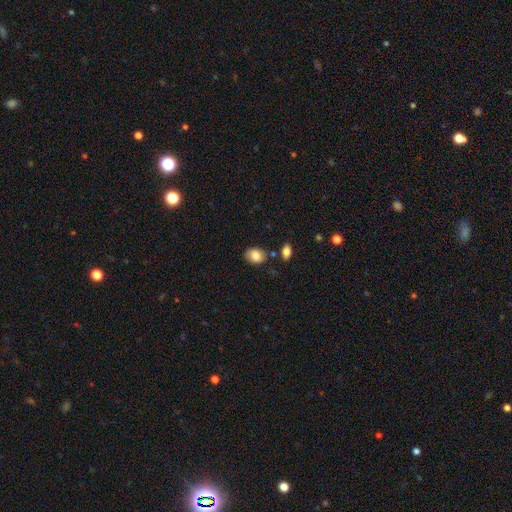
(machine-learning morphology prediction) This appears to be a smooth galaxy with no disk features (82%) that is in between round and cigar-shaped (67%). Merging: none (76%).